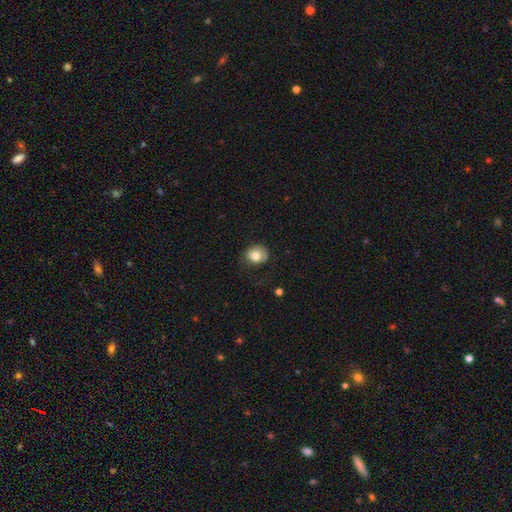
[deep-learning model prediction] Morphology: type=smooth (75%); roundness=round (58%); merging=none (57%).